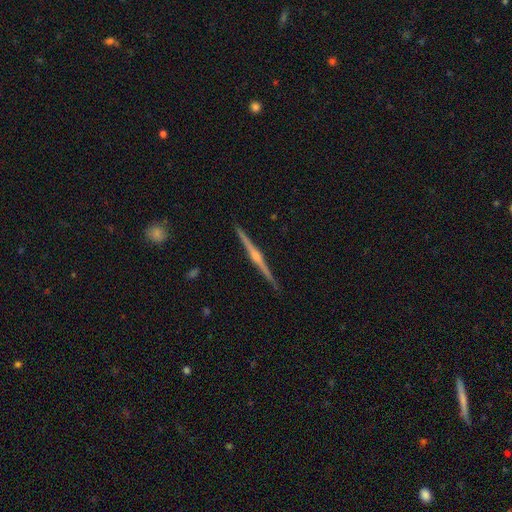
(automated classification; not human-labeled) smooth_or_featured: featured or disk (p=0.87) [alt: smooth p=0.08]
disk_edge_on: yes (p=0.99) [alt: no p=0.01]
edge_on_bulge: rounded (p=0.87) [alt: boxy p=0.07]
merging: none (p=0.93) [alt: minor disturbance p=0.05]